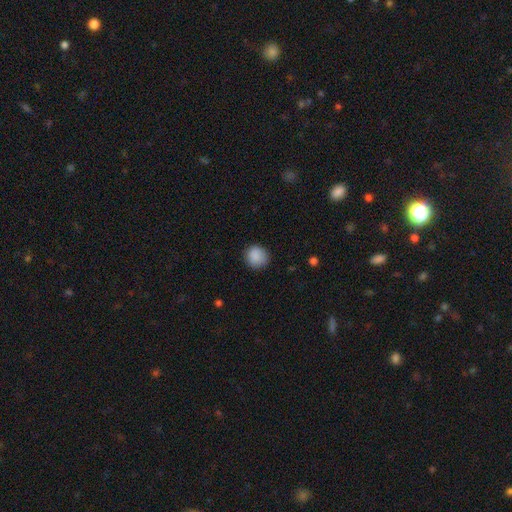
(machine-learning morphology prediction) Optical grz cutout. It shows a smooth galaxy with no disk features (88%) that is round (89%). Merging: none (85%).